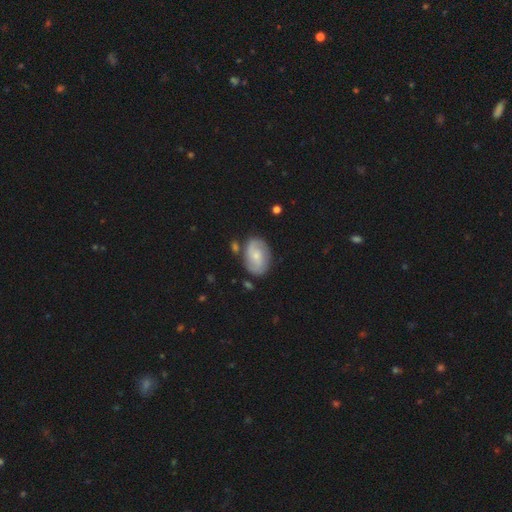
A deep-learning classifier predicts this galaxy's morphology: Smooth or featured? featured or disk (66%)
Edge-on disk? no (97%)
Bar? no (54%)
Spiral arms? yes (89%)
Spiral winding? medium (44%)
Spiral arm count? 2 (78%)
Bulge size? small (60%)
Merging? none (74%)